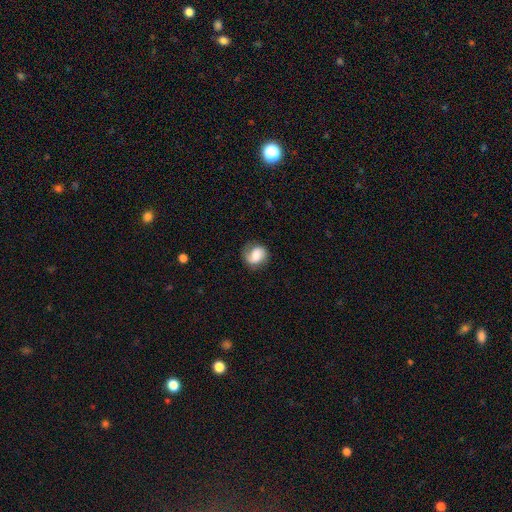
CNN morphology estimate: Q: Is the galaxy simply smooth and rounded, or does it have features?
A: smooth — 50%.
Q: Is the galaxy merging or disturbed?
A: none — 69%.